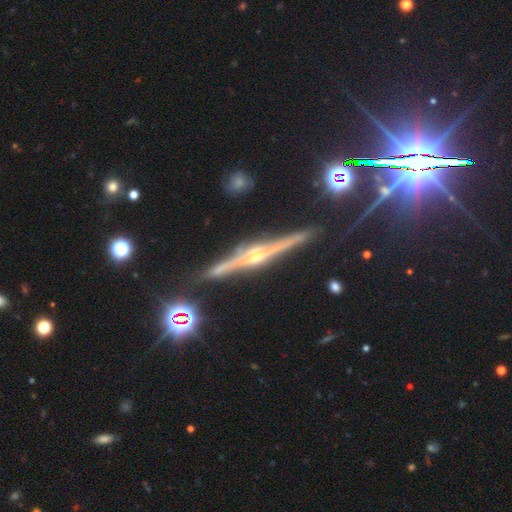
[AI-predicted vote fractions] Overall: featured or disk (85%). Edge-on disk: yes (98%). Edge-on bulge: rounded (89%). Merging: none (87%).